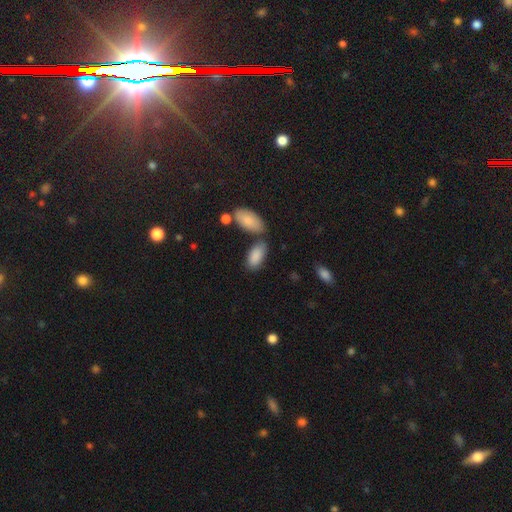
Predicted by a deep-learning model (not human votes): A smooth galaxy with no disk features (87%) that is in between round and cigar-shaped (93%).

Vote fractions:
- Smooth or featured? smooth: 87% / featured or disk: 6% / star or artifact: 6%
- How rounded? in between: 93% / cigar-shaped: 5% / round: 2%
- Merging? none: 57% / merger: 20% / minor disturbance: 18% / major disturbance: 5%